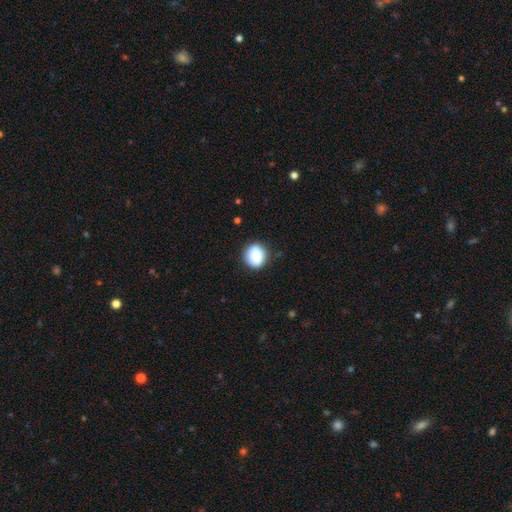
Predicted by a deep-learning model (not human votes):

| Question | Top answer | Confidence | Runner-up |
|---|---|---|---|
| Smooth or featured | smooth | 87% | star or artifact (8%) |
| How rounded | round | 75% | in between (24%) |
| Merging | none | 84% | minor disturbance (12%) |